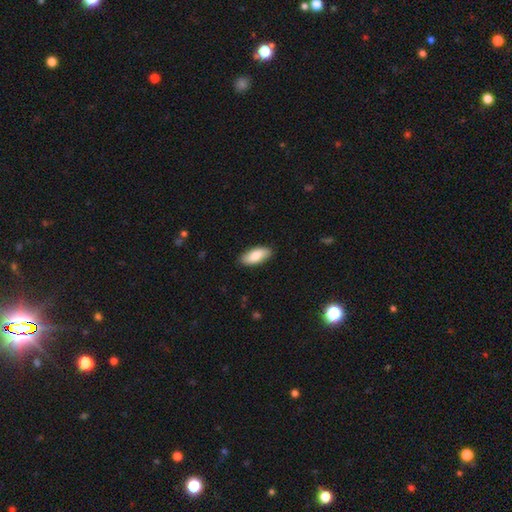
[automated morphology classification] Smooth or featured? smooth (81%)
How rounded? in between (86%)
Merging? none (88%)